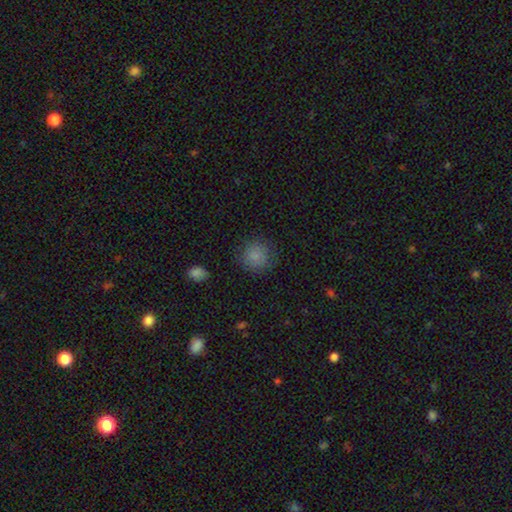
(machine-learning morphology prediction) type=smooth (85%); roundness=round (92%); merging=none (85%).